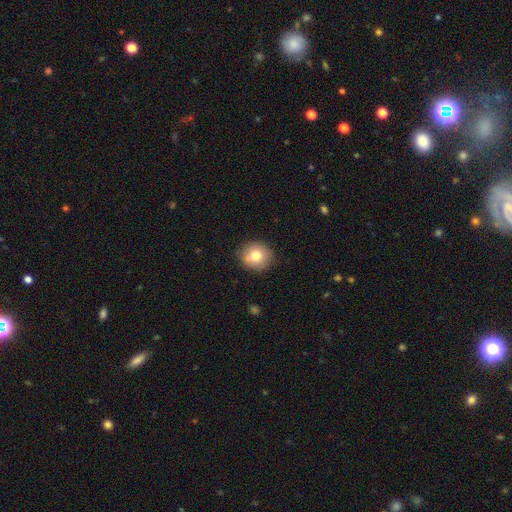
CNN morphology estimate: type=smooth (77%); roundness=round (86%); merging=none (83%).